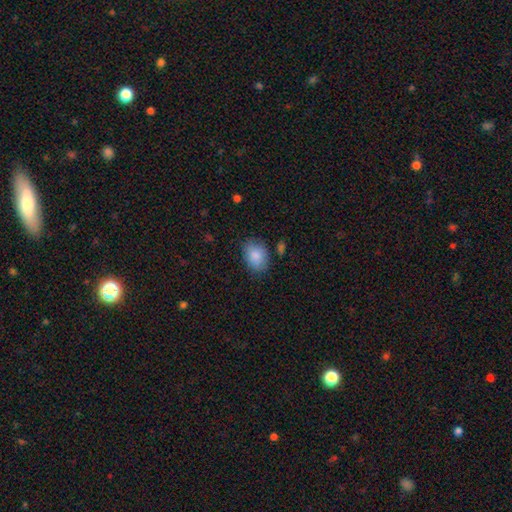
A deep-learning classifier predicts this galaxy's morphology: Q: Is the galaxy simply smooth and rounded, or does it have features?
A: smooth — 86%.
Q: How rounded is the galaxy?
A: in between — 74%.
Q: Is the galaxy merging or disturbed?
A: none — 75%.